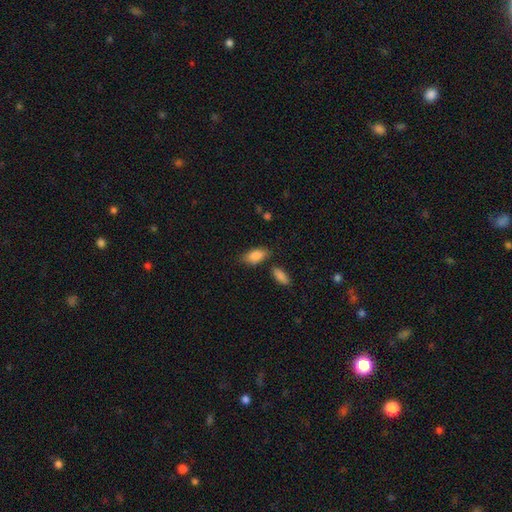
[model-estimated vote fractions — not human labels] A smooth galaxy with no disk features (86%) that is in between round and cigar-shaped (91%). Merging: none (73%).